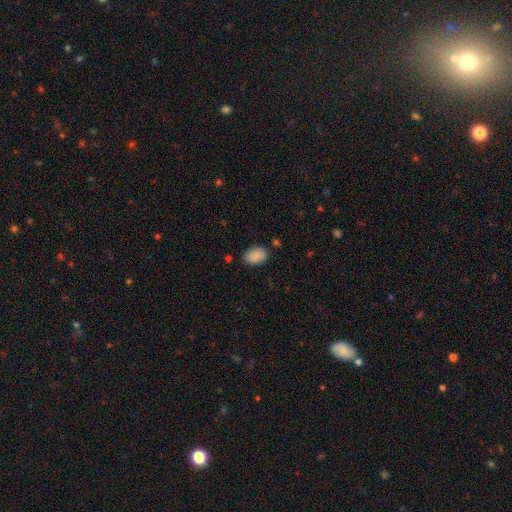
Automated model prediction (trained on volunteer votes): This appears to be a smooth galaxy with no disk features (88%) that is in between round and cigar-shaped (84%). Merging: none (81%).